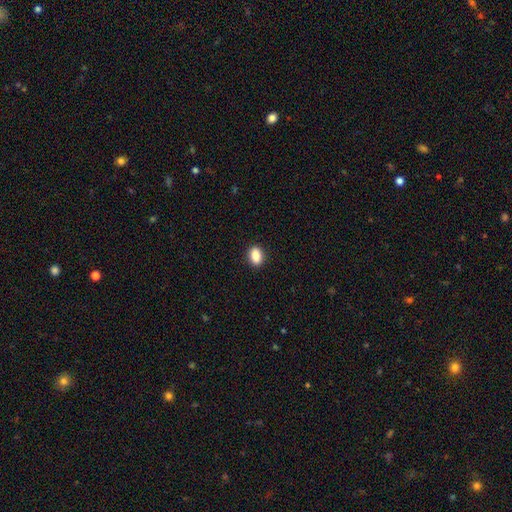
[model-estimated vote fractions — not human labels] Smooth or featured? Predicted: smooth (p=0.88). How rounded? Predicted: in between (p=0.80). Merging? Predicted: none (p=0.90).